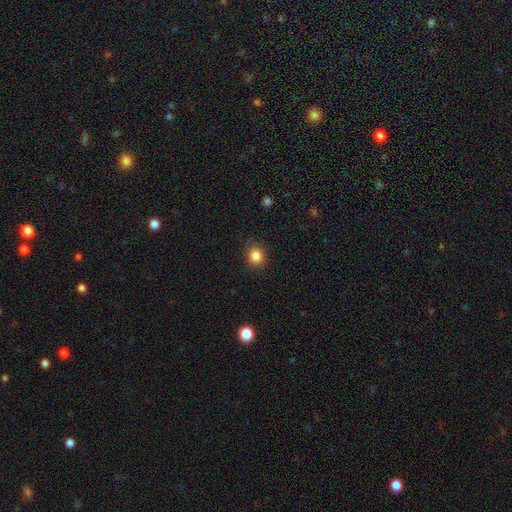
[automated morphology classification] smooth-or-featured: smooth: 85% | star or artifact: 11% | featured or disk: 4%
  how-rounded: round: 76% | in between: 23% | cigar-shaped: 1%
  merging: none: 87% | minor disturbance: 10% | major disturbance: 3% | merger: 1%